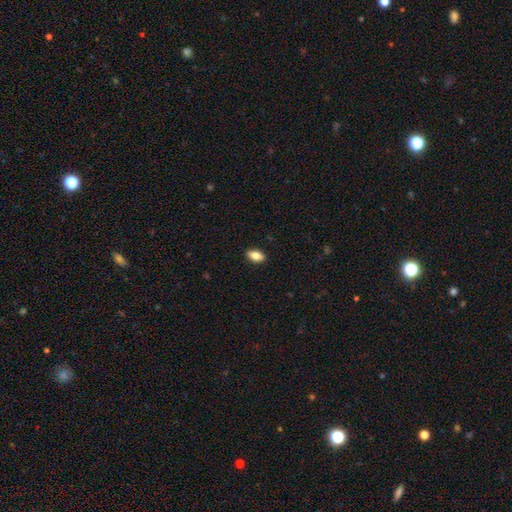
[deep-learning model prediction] Overall: smooth (83%). How rounded: in between (90%). Merging: none (90%).